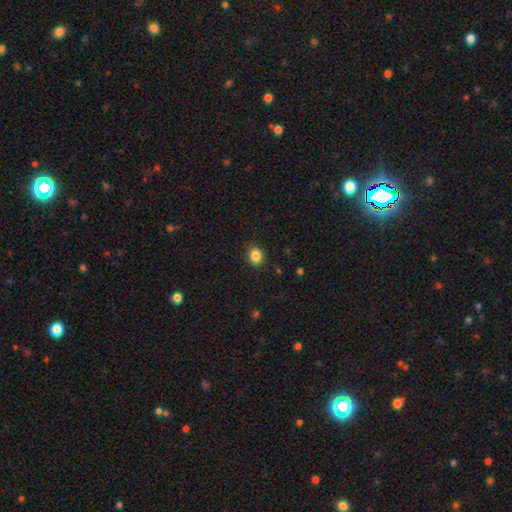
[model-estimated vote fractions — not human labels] This appears to be a smooth galaxy with no disk features (86%) that is round (58%). Merging: none (89%).